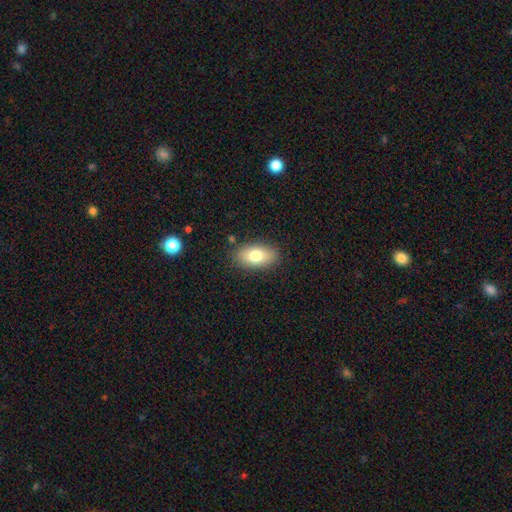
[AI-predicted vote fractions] A smooth galaxy with no disk features (76%) that is in between round and cigar-shaped (90%).

Vote fractions:
- Smooth or featured? smooth: 76% / featured or disk: 16% / star or artifact: 8%
- How rounded? in between: 90% / round: 7% / cigar-shaped: 3%
- Merging? none: 85% / minor disturbance: 10% / major disturbance: 3% / merger: 2%